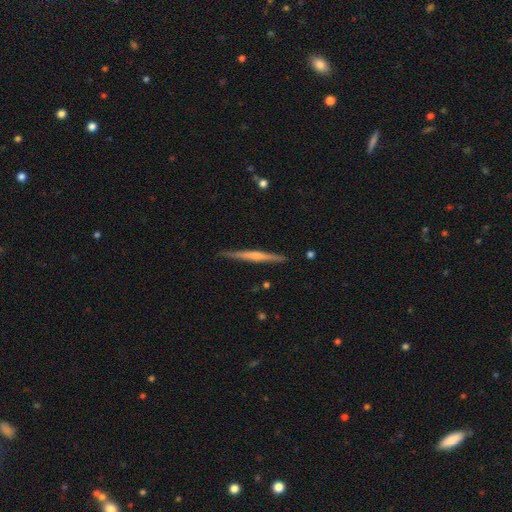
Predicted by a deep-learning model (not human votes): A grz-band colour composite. It shows a featured or disk galaxy (72%) viewed edge-on (98%) with a rounded central bulge (69%). Merging: none (90%).